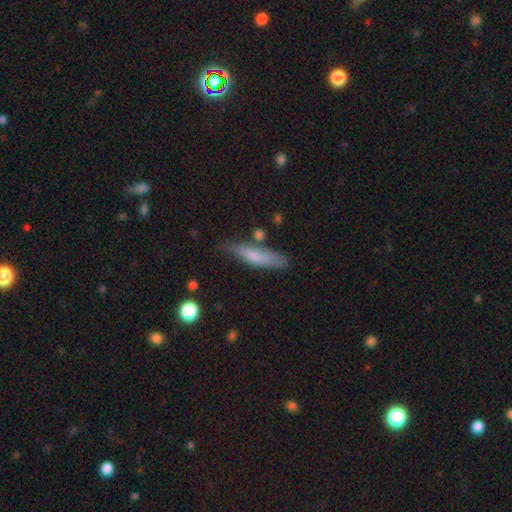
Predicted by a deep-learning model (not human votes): Morphology: type=smooth (70%); roundness=cigar-shaped (76%); merging=none (69%).